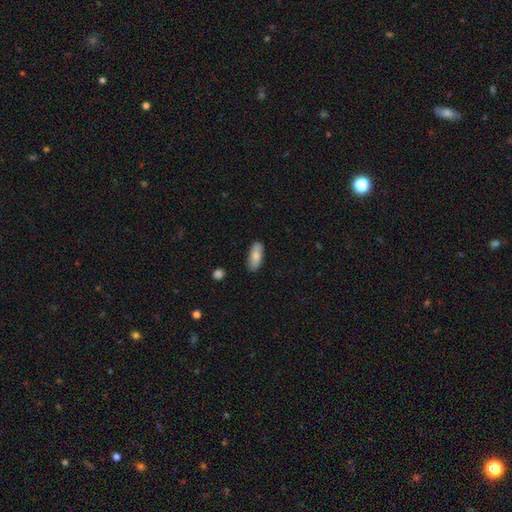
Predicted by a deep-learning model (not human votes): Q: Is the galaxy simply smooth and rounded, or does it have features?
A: smooth — 80%.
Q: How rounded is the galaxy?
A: in between — 80%.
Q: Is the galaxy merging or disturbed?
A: none — 84%.